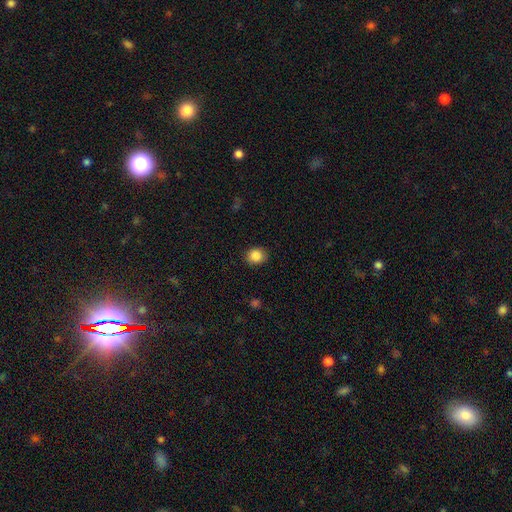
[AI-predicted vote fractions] Morphology: type=smooth (87%); roundness=round (67%); merging=none (87%).